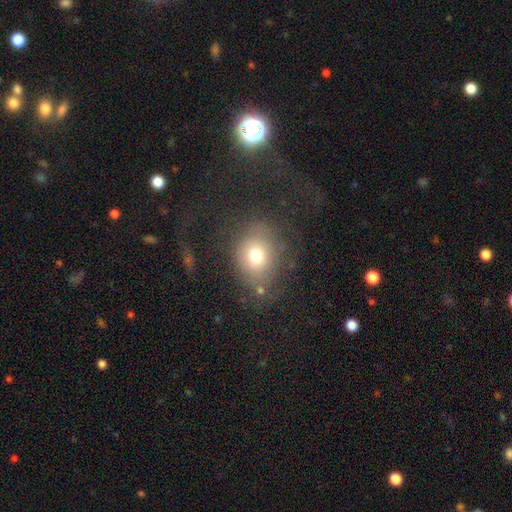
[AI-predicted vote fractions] smooth_or_featured: smooth (p=0.72) [alt: featured or disk p=0.15]
how_rounded: round (p=0.53) [alt: in between p=0.46]
merging: none (p=0.66) [alt: minor disturbance p=0.18]